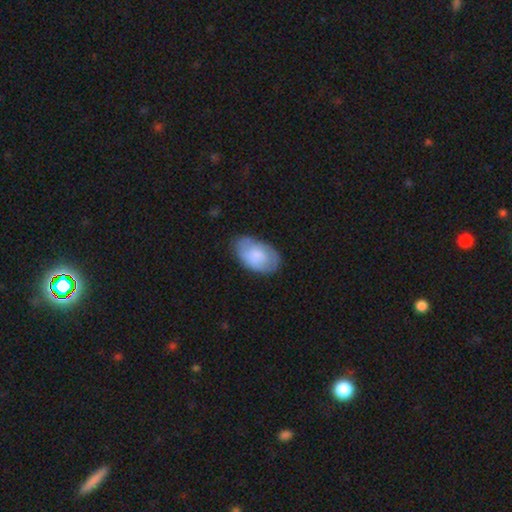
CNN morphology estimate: type=smooth (72%); roundness=in between (93%); merging=none (67%).